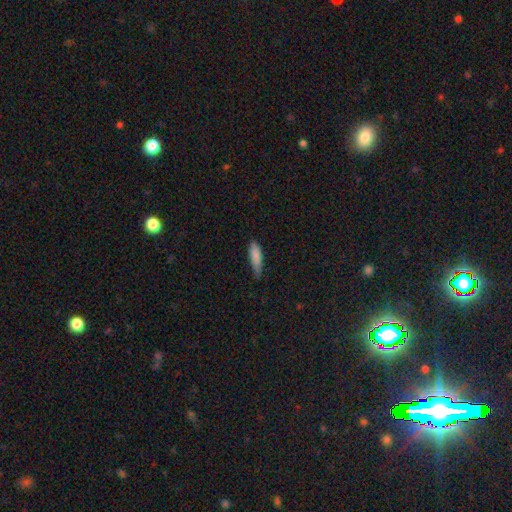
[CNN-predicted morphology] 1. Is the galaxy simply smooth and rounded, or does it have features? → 85% smooth, 9% featured or disk, 7% star or artifact.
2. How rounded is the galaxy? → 61% cigar-shaped, 38% in between, 2% round.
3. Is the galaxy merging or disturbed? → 60% none, 33% minor disturbance, 5% major disturbance, 1% merger.